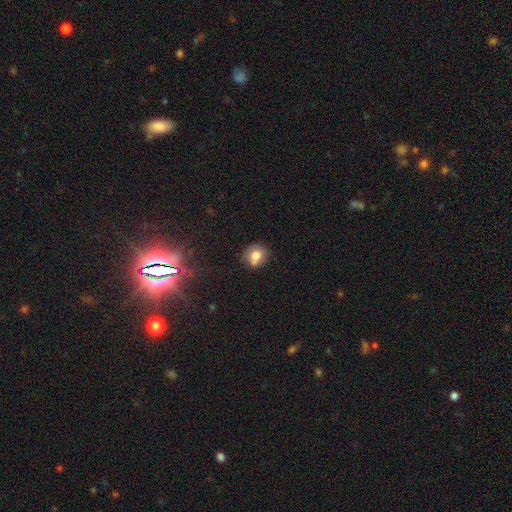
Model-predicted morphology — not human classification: Q: Smooth or featured?
A: smooth (75%); runner-up: featured or disk (13%)
Q: How rounded?
A: round (77%); runner-up: in between (22%)
Q: Merging?
A: none (67%); runner-up: minor disturbance (18%)